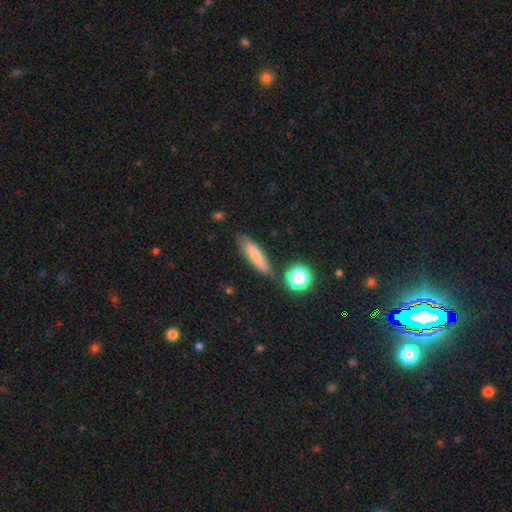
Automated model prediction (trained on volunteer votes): Smooth or featured: smooth — 73% (featured or disk — 17%)
How rounded: cigar-shaped — 71% (in between — 25%)
Merging: none — 75% (minor disturbance — 16%)